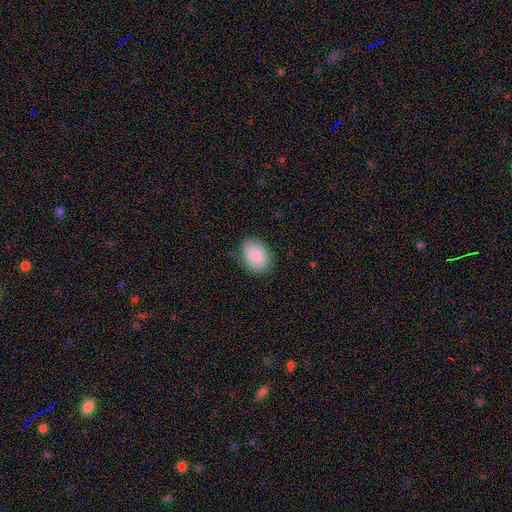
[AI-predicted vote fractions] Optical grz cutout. It shows a smooth galaxy with no disk features (87%) that is in between round and cigar-shaped (74%). Merging: none (81%).